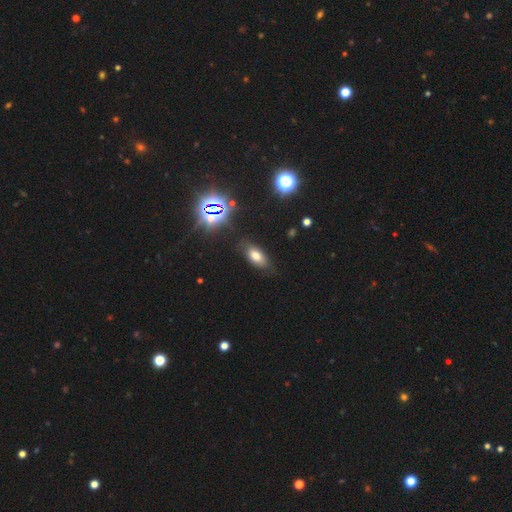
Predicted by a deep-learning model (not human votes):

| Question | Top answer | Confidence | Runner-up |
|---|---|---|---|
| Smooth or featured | smooth | 67% | star or artifact (20%) |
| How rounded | in between | 87% | cigar-shaped (8%) |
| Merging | none | 79% | minor disturbance (15%) |